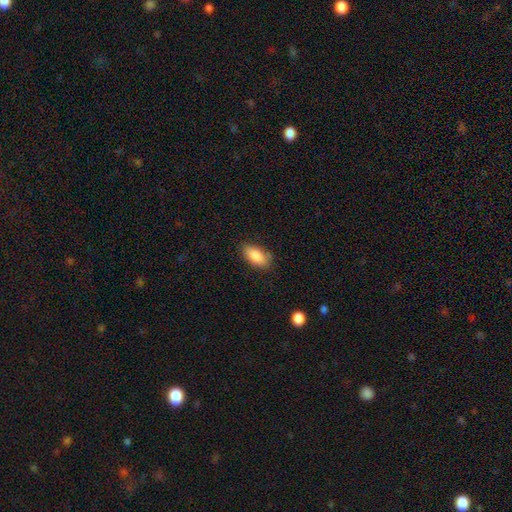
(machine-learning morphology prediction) Overall: smooth (88%). How rounded: in between (90%). Merging: none (79%).